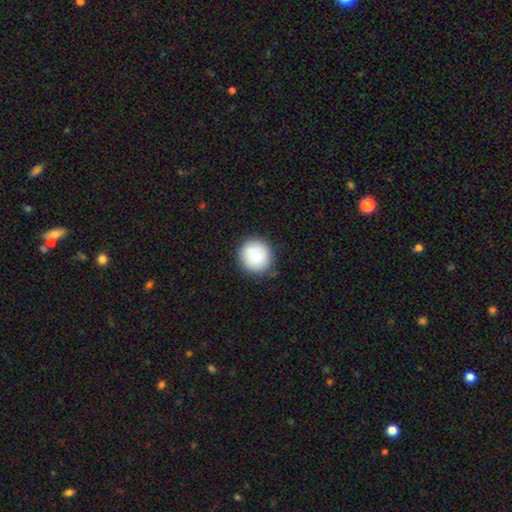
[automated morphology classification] A smooth galaxy with no disk features (76%) that is round (93%).

Vote fractions:
- Smooth or featured? smooth: 76% / featured or disk: 16% / star or artifact: 8%
- How rounded? round: 93% / in between: 7% / cigar-shaped: 1%
- Merging? none: 79% / minor disturbance: 15% / major disturbance: 3% / merger: 3%